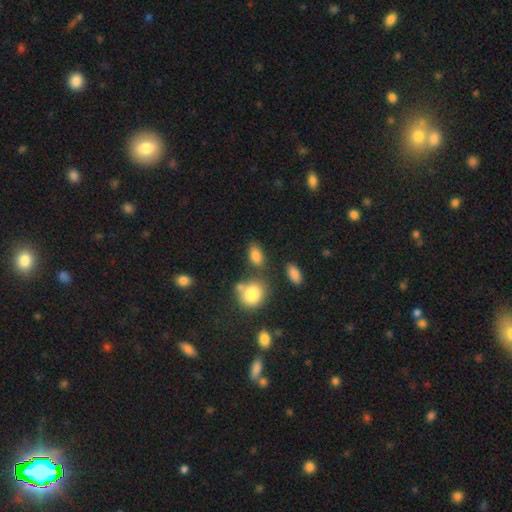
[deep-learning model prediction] The model was most divided on "merging": none: 68%, minor disturbance: 15%, merger: 12%, major disturbance: 5%. More confident: how rounded — in between (86%); smooth or featured — smooth (84%).